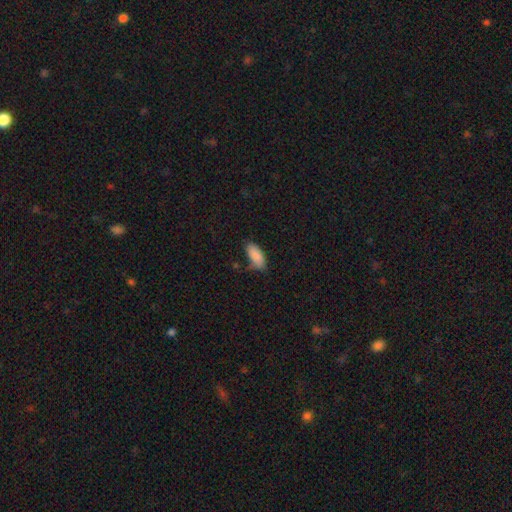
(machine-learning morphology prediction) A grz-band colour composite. It shows a smooth galaxy with no disk features (88%) that is in between round and cigar-shaped (89%). Merging: none (67%).